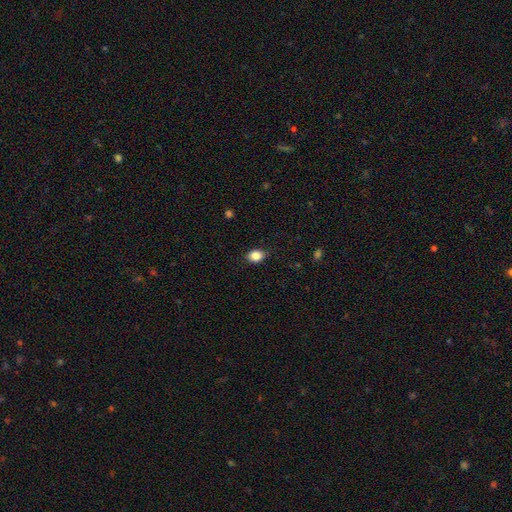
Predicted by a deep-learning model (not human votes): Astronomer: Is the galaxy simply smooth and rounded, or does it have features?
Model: smooth — 86%.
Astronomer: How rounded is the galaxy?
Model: in between — 60% (runner-up: round, 39%).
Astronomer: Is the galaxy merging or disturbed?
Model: none — 86%.